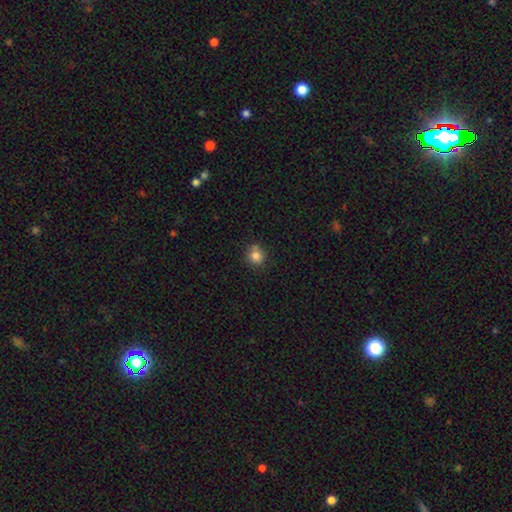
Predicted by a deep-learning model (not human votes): A smooth galaxy with no disk features (82%) that is round (88%). Merging: none (74%).